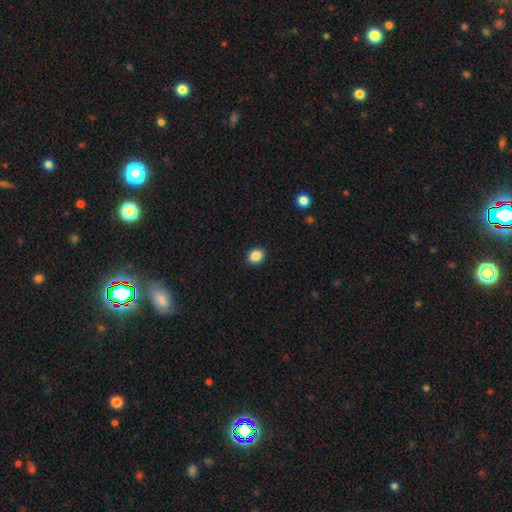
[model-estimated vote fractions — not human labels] Morphology: type=smooth (87%); roundness=round (62%); merging=none (91%).